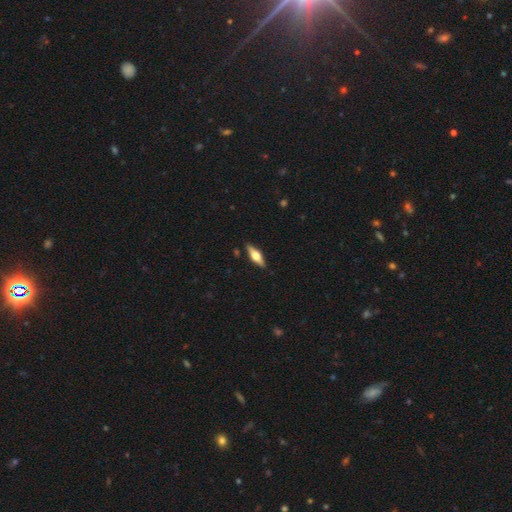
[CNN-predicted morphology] A featured or disk galaxy (59%) viewed edge-on (95%) with a rounded central bulge (93%). Merging: none (88%).